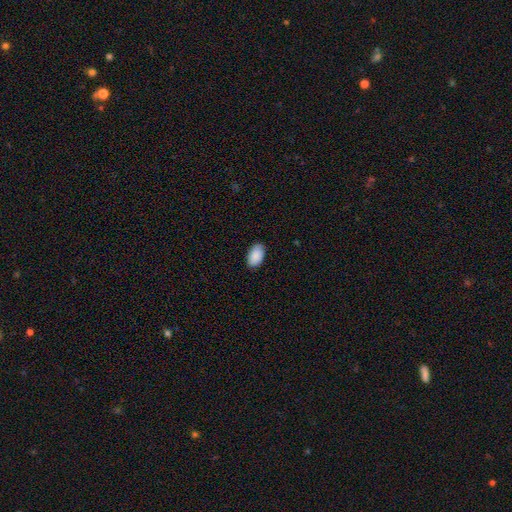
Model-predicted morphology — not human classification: Q: Smooth or featured?
A: smooth (90%); runner-up: star or artifact (6%)
Q: How rounded?
A: in between (94%); runner-up: round (5%)
Q: Merging?
A: none (87%); runner-up: minor disturbance (10%)